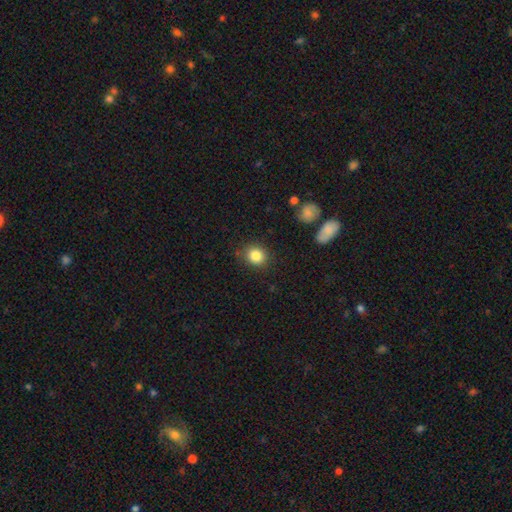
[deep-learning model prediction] A smooth galaxy with no disk features (85%) that is round (79%).

Vote fractions:
- Smooth or featured? smooth: 85% / star or artifact: 10% / featured or disk: 5%
- How rounded? round: 79% / in between: 20% / cigar-shaped: 1%
- Merging? none: 87% / minor disturbance: 9% / major disturbance: 3% / merger: 2%